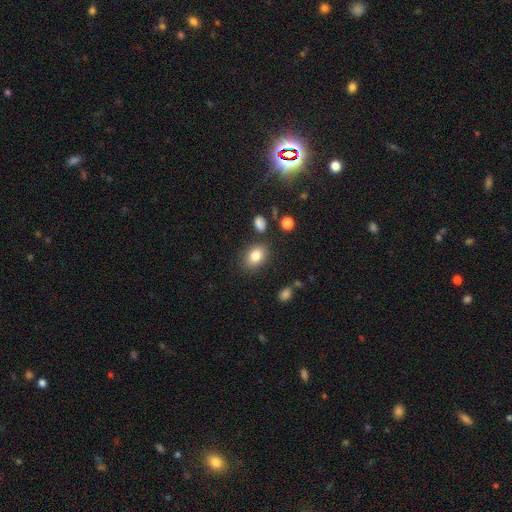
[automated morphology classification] Q: Smooth or featured?
A: smooth (82%); runner-up: star or artifact (9%)
Q: How rounded?
A: in between (74%); runner-up: round (25%)
Q: Merging?
A: none (80%); runner-up: minor disturbance (12%)